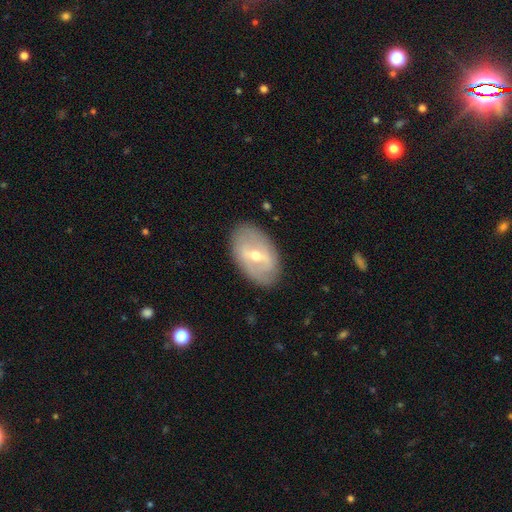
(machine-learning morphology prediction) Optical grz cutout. It shows a featured or disk galaxy (69%) with a weak bar (44%), spiral arms (52%) and a moderate central bulge (55%). Merging: none (82%).